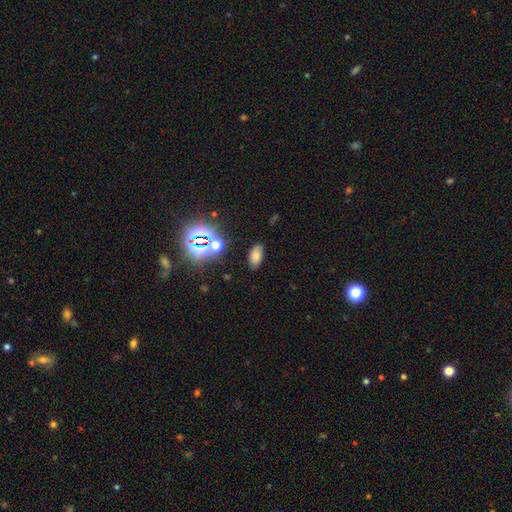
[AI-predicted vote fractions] The model was most divided on "smooth or featured": smooth: 69%, star or artifact: 21%, featured or disk: 9%. More confident: how rounded — in between (92%); merging — none (85%).